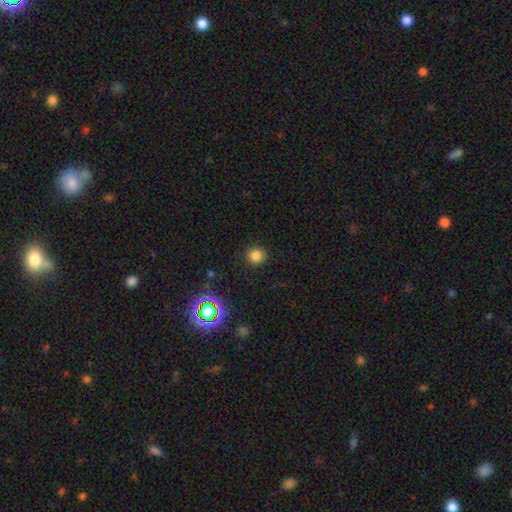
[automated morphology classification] Smooth or featured? smooth (79%)
How rounded? round (92%)
Merging? none (90%)